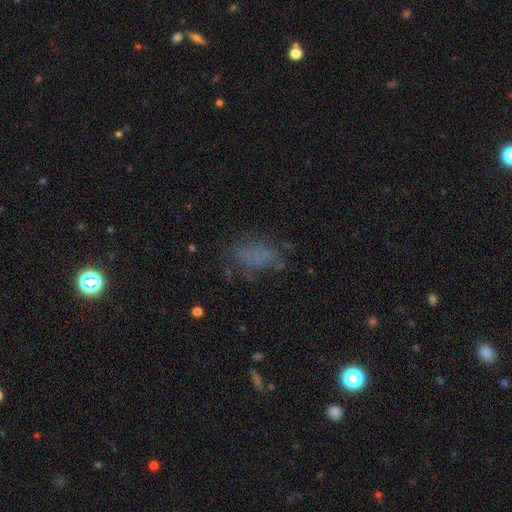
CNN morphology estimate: Smooth or featured?
  - smooth: 59% *
  - featured or disk: 22%
  - star or artifact: 19%
How rounded?
  - in between: 84% *
  - round: 12%
  - cigar-shaped: 4%
Merging?
  - none: 52% *
  - major disturbance: 23%
  - minor disturbance: 22%
  - merger: 3%